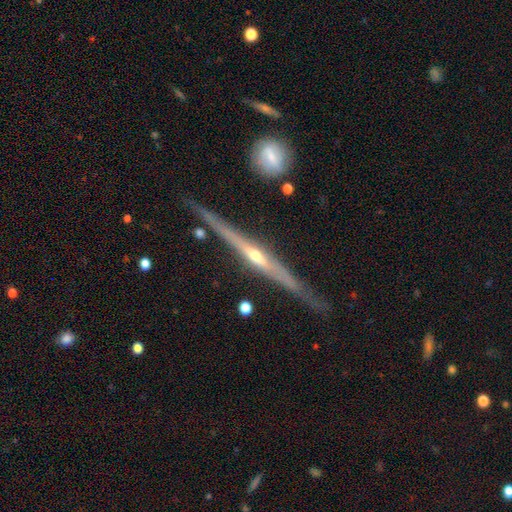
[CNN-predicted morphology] Overall: featured or disk (84%). Edge-on disk: yes (97%). Edge-on bulge: rounded (77%). Merging: none (81%).